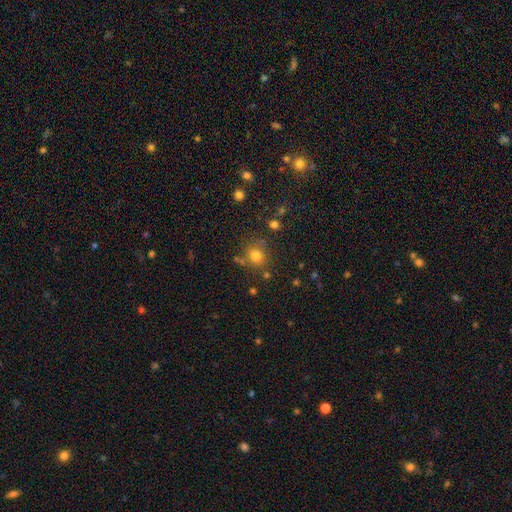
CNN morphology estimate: Smooth or featured: smooth — 77% (star or artifact — 16%)
How rounded: round — 81% (in between — 18%)
Merging: none — 74% (minor disturbance — 13%)